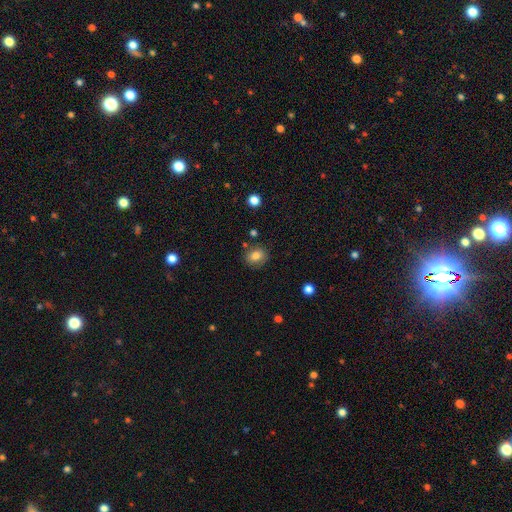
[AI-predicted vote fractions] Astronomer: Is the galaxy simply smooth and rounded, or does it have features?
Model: smooth — 79%.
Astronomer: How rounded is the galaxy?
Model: round — 61% (runner-up: in between, 38%).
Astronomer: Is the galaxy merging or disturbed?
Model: none — 81%.